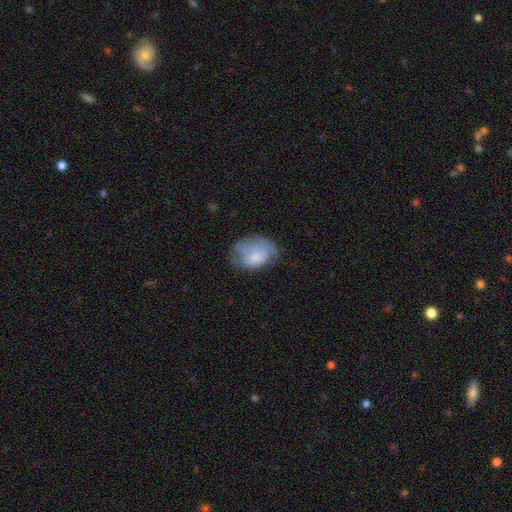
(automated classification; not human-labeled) The model was most divided on "merging": none: 41%, minor disturbance: 33%, major disturbance: 24%, merger: 2%. More confident: how rounded — in between (75%); smooth or featured — smooth (62%).